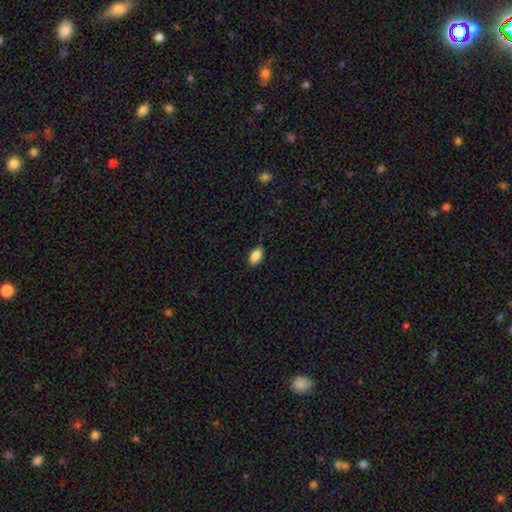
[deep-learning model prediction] The model was most divided on "merging": none: 85%, minor disturbance: 12%, major disturbance: 2%, merger: 1%. More confident: how rounded — in between (91%); smooth or featured — smooth (85%).